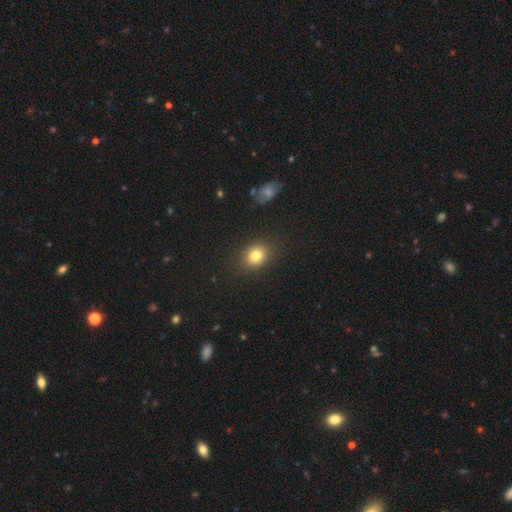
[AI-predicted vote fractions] Smooth or featured? smooth (80%)
How rounded? round (55%)
Merging? none (86%)